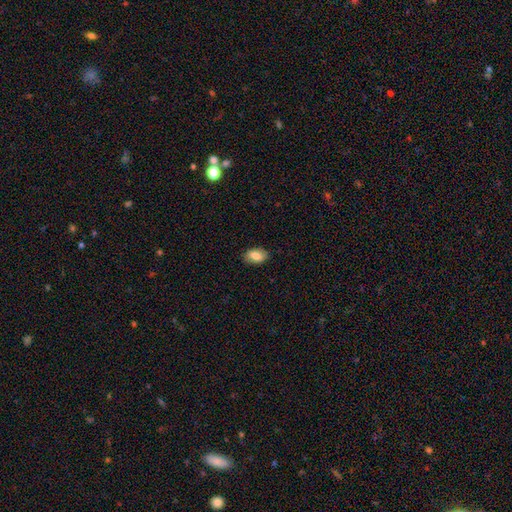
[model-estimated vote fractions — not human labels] A smooth galaxy with no disk features (80%) that is in between round and cigar-shaped (89%). Merging: none (85%).